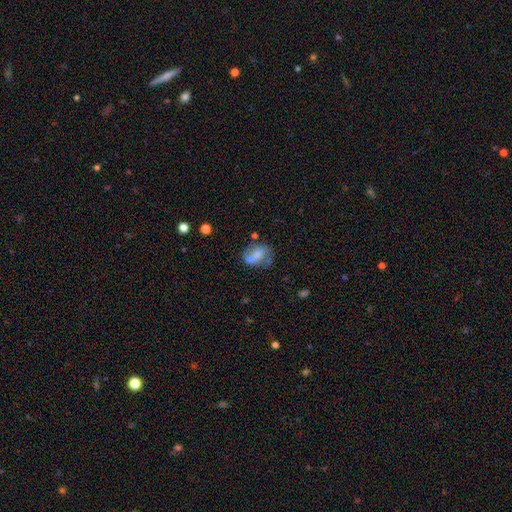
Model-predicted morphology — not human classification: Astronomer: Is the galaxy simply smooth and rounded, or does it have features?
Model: smooth — 46% (runner-up: featured or disk, 44%).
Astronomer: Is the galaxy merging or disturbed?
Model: none — 46% (runner-up: minor disturbance, 27%).